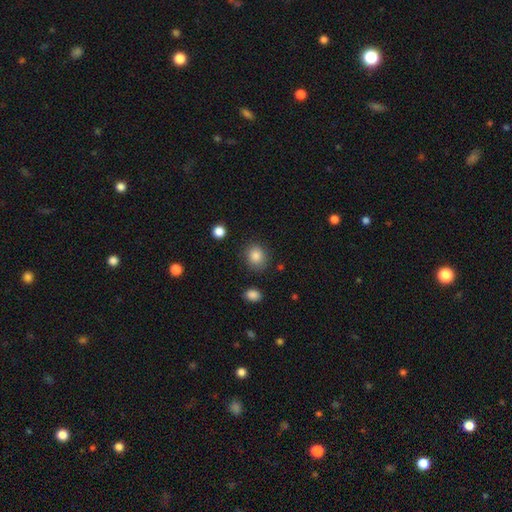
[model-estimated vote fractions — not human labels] smooth_or_featured: smooth (p=0.86) [alt: star or artifact p=0.09]
how_rounded: round (p=0.72) [alt: in between p=0.27]
merging: none (p=0.85) [alt: minor disturbance p=0.10]